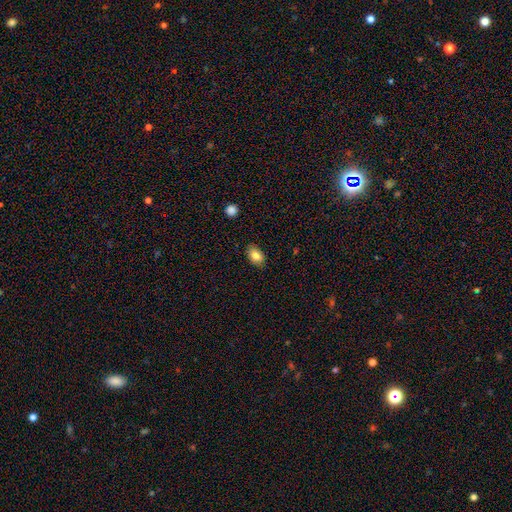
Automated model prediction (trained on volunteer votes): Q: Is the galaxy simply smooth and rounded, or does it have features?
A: smooth — 83%.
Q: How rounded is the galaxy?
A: in between — 86%.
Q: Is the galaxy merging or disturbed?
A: none — 85%.